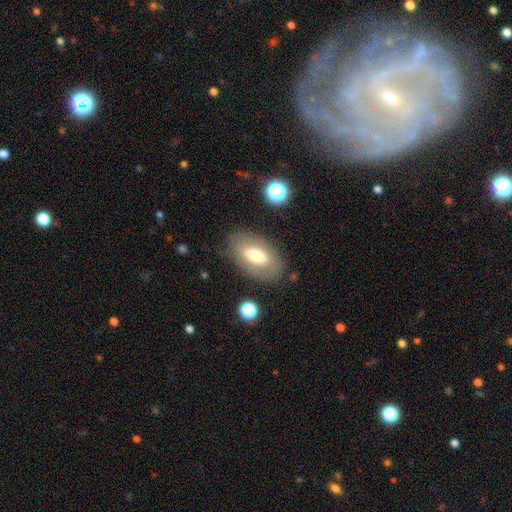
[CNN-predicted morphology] Smooth or featured: smooth — 55% (featured or disk — 37%)
How rounded: in between — 91% (round — 7%)
Merging: none — 79% (minor disturbance — 13%)